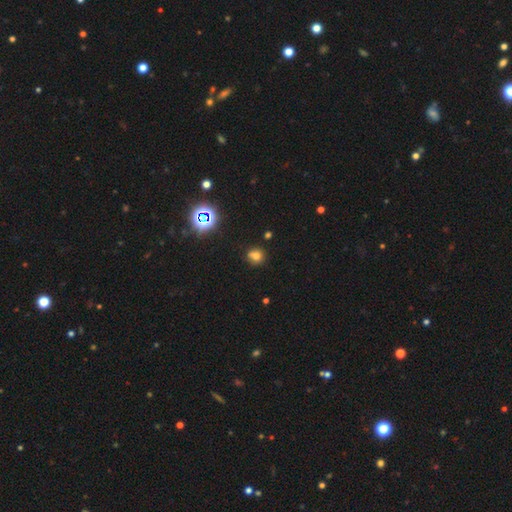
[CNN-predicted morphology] This is likely a smooth galaxy (70%). How rounded: clearly round (83%). Merging: likely none (69%).